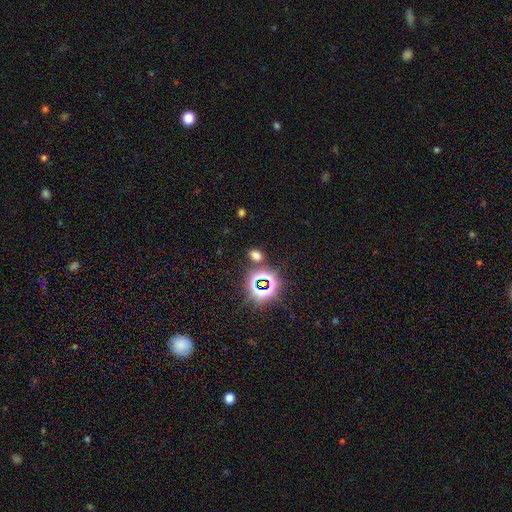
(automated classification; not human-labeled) Morphology: type=smooth (57%); roundness=in between (70%); merging=none (81%).